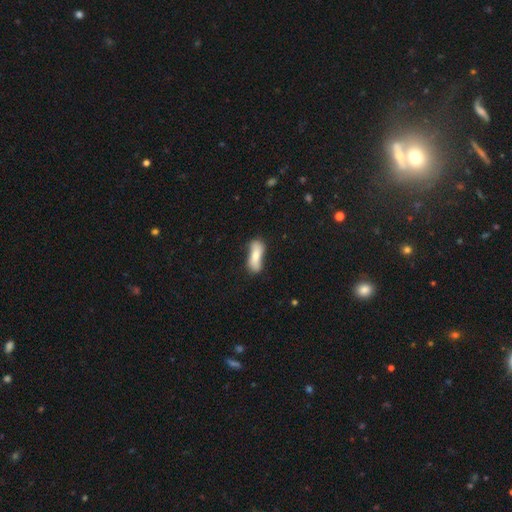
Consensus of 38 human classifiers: Morphology: type=smooth (47%, tied with featured or disk); roundness=in between (56%); merging=none (44%).